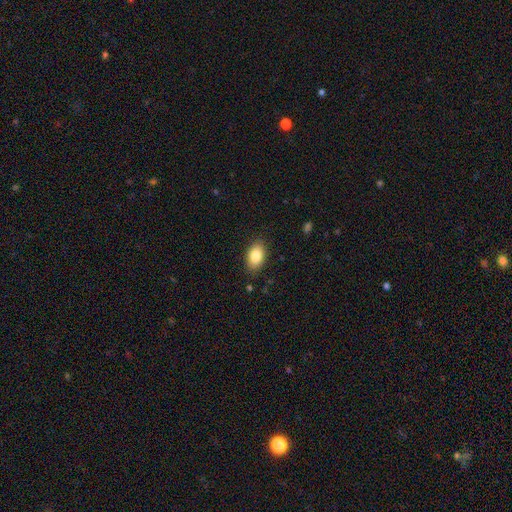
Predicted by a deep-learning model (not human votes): smooth 85%, featured or disk 8%, star or artifact 7%. Down the decision tree: how rounded — in between (90%); merging — none (86%).